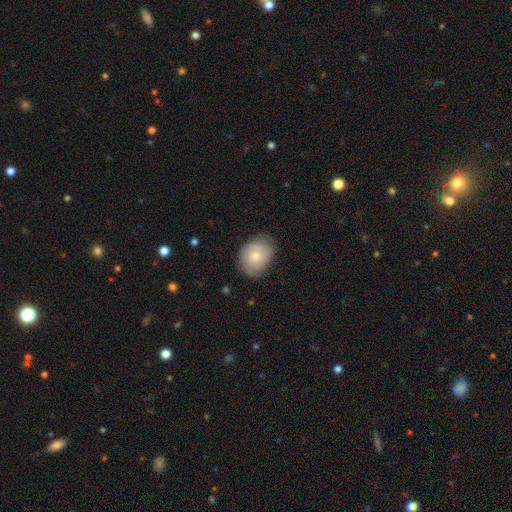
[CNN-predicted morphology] Smooth or featured? smooth (63%)
How rounded? in between (59%)
Merging? none (74%)